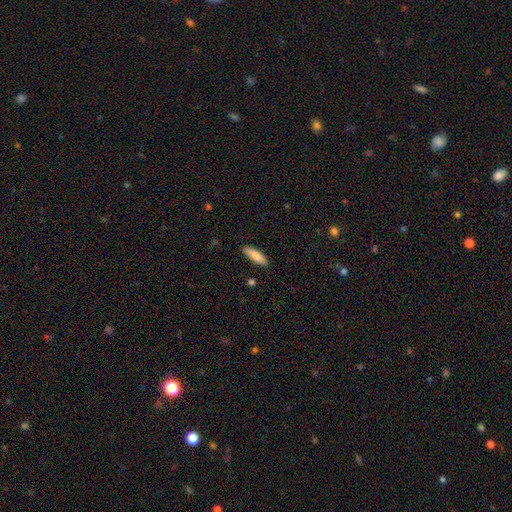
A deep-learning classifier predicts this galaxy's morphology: type=smooth (86%); roundness=cigar-shaped (53%); merging=none (87%).